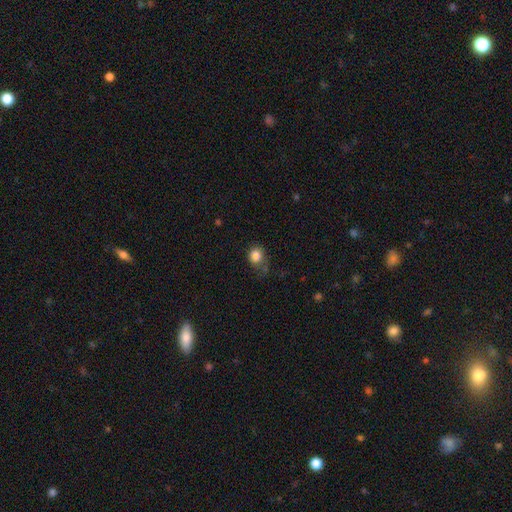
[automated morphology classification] type=smooth (83%); roundness=round (66%); merging=none (45%).